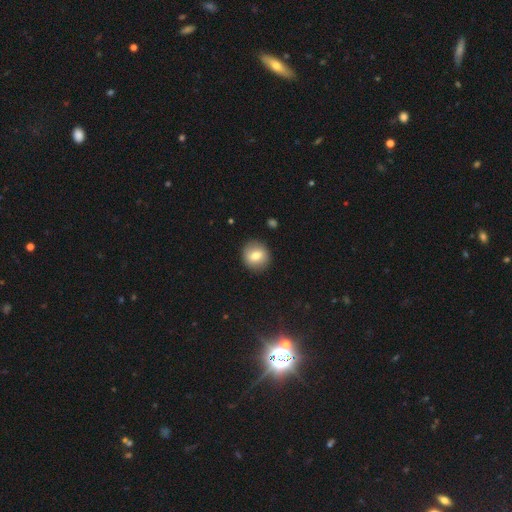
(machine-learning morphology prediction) smooth-or-featured: smooth: 72% | featured or disk: 19% | star or artifact: 9%
  how-rounded: round: 87% | in between: 12% | cigar-shaped: 1%
  merging: none: 89% | minor disturbance: 7% | major disturbance: 2% | merger: 1%